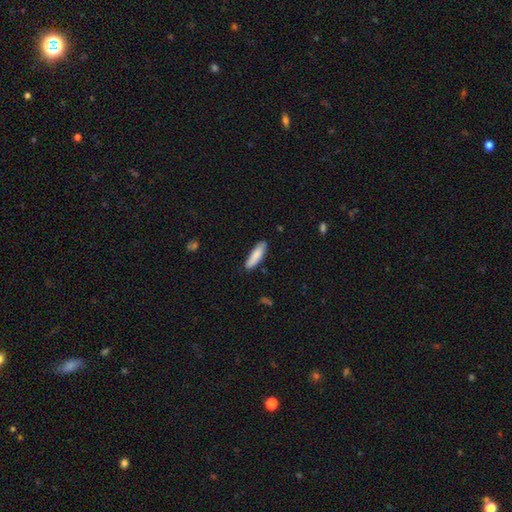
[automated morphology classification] smooth 85%, featured or disk 9%, star or artifact 6%. Down the decision tree: how rounded — cigar-shaped (63%); merging — none (82%).